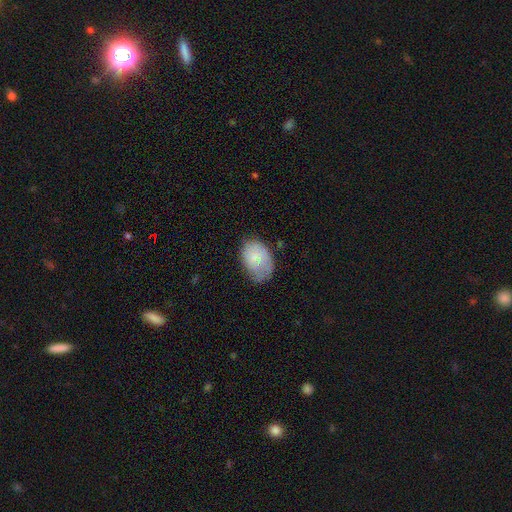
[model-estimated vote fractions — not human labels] smooth_or_featured: smooth (p=0.69) [alt: featured or disk p=0.24]
how_rounded: in between (p=0.82) [alt: round p=0.17]
merging: none (p=0.55) [alt: minor disturbance p=0.34]